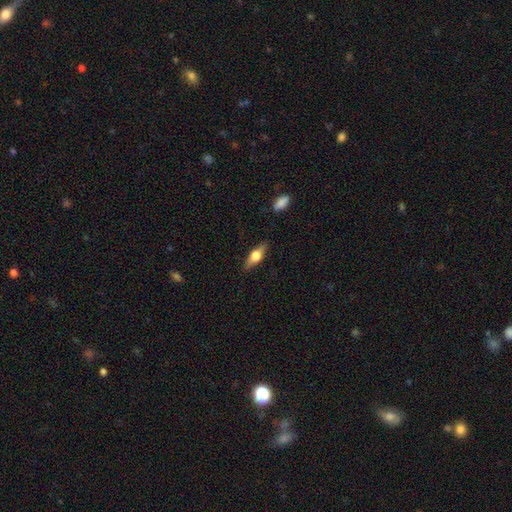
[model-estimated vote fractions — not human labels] A smooth galaxy with no disk features (48%). Merging: none (86%).